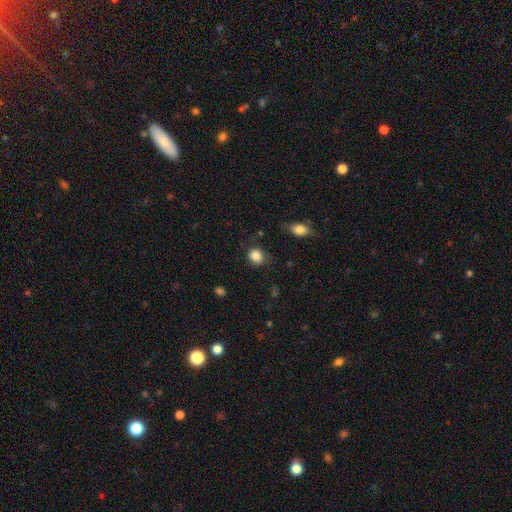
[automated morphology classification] smooth 86%, star or artifact 10%, featured or disk 5%. Down the decision tree: how rounded — round (75%); merging — none (76%).